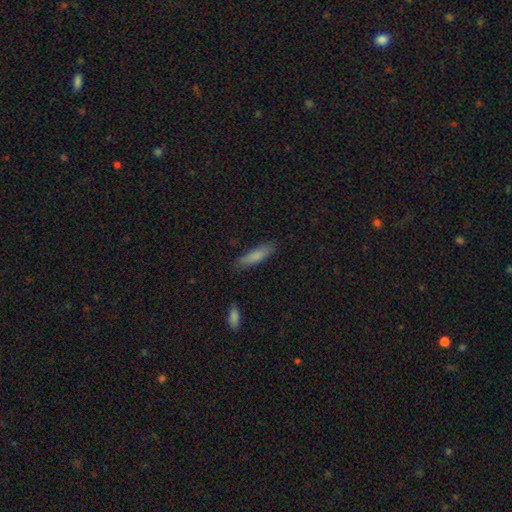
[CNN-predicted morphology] smooth 82%, featured or disk 12%, star or artifact 7%. Down the decision tree: how rounded — cigar-shaped (74%); merging — none (81%).